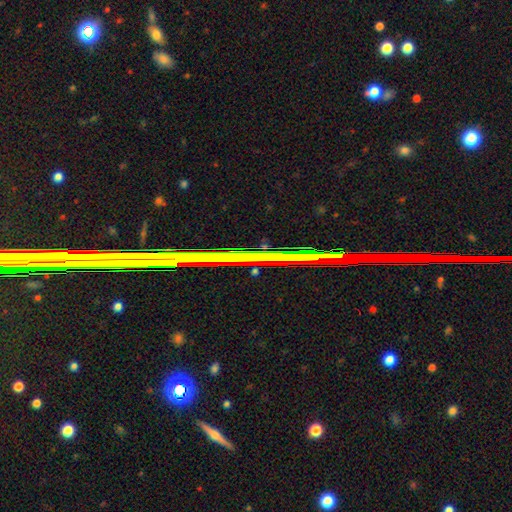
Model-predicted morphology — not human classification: The model was most divided on "smooth or featured": star or artifact: 69%, featured or disk: 20%, smooth: 11%.